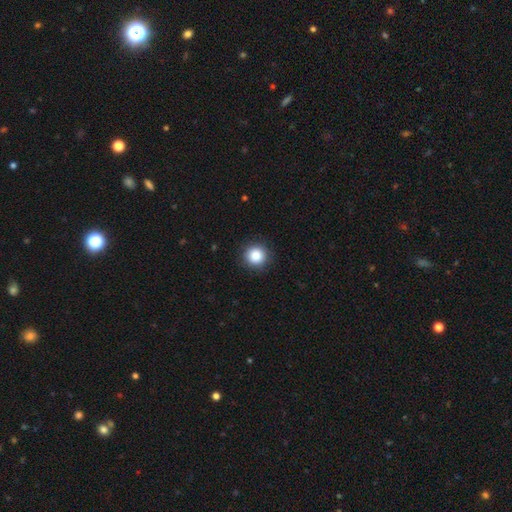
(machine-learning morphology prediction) Smooth or featured: smooth — 87% (star or artifact — 10%)
How rounded: round — 95% (in between — 4%)
Merging: none — 91% (minor disturbance — 6%)